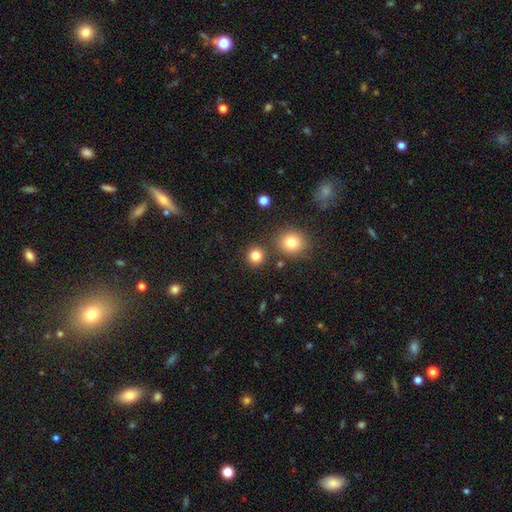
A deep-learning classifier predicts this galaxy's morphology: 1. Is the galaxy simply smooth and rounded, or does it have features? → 82% smooth, 13% star or artifact, 5% featured or disk.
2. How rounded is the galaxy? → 91% round, 8% in between, 1% cigar-shaped.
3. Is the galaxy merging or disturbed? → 85% none, 6% minor disturbance, 6% merger, 2% major disturbance.